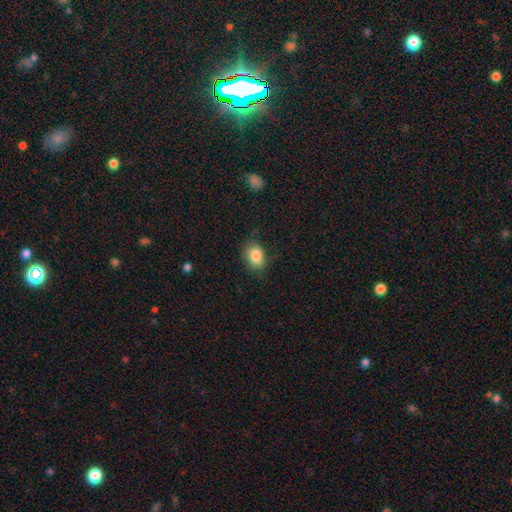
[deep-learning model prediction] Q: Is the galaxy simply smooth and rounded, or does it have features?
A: smooth — 84%.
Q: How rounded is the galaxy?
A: in between — 64%.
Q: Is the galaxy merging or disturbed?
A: none — 72%.